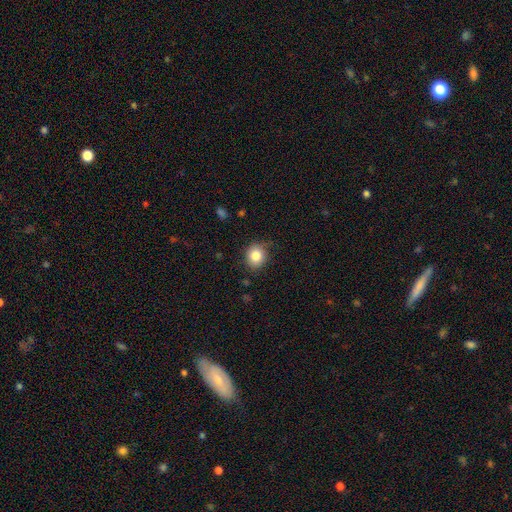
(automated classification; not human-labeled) Q: Smooth or featured?
A: smooth (83%); runner-up: star or artifact (10%)
Q: How rounded?
A: round (73%); runner-up: in between (26%)
Q: Merging?
A: none (76%); runner-up: minor disturbance (18%)